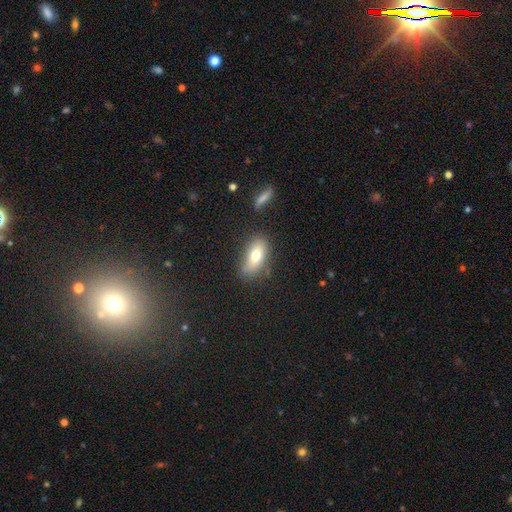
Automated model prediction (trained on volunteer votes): smooth 74%, featured or disk 18%, star or artifact 9%. Down the decision tree: how rounded — in between (85%); merging — none (67%).